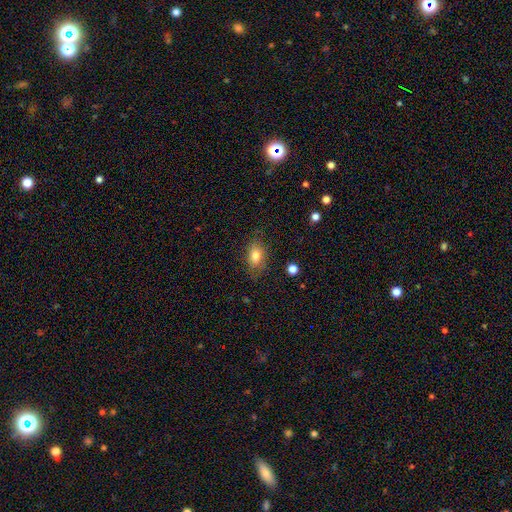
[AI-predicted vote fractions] Smooth or featured: smooth — 79% (featured or disk — 12%)
How rounded: in between — 82% (round — 16%)
Merging: none — 74% (minor disturbance — 19%)